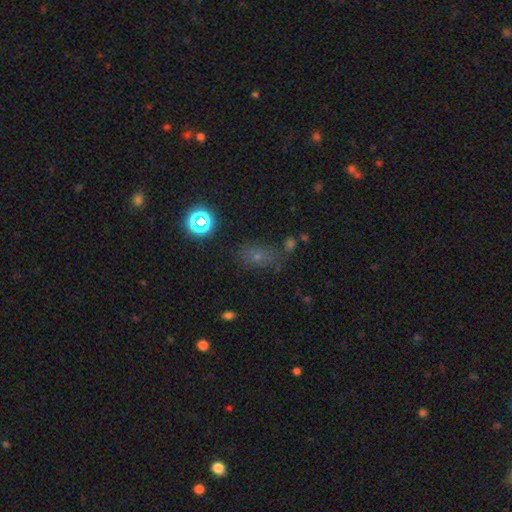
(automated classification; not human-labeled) smooth-or-featured: smooth: 58% | star or artifact: 28% | featured or disk: 14%
  how-rounded: in between: 69% | round: 28% | cigar-shaped: 4%
  merging: none: 63% | minor disturbance: 20% | major disturbance: 10% | merger: 7%